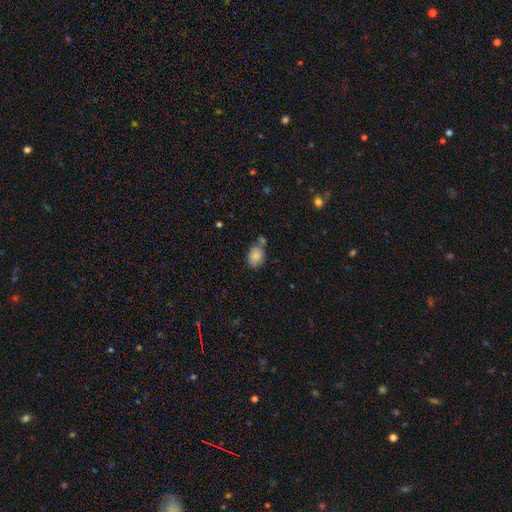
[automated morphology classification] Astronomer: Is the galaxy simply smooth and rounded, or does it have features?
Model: smooth — 85%.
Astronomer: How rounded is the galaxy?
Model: in between — 69%.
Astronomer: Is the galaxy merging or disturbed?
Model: none — 60%.